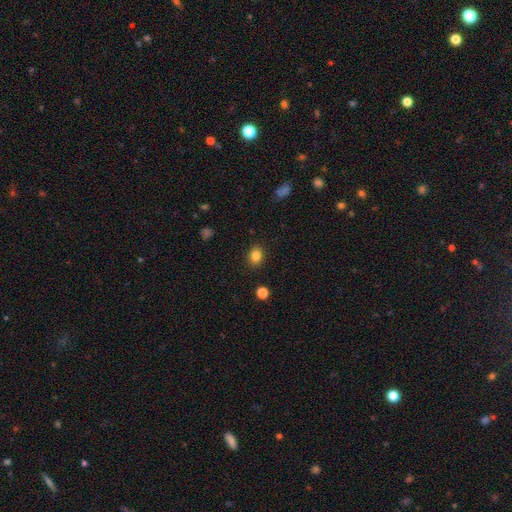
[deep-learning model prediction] A smooth galaxy with no disk features (83%) that is round (52%).

Vote fractions:
- Smooth or featured? smooth: 83% / star or artifact: 11% / featured or disk: 6%
- How rounded? round: 52% / in between: 47% / cigar-shaped: 1%
- Merging? none: 89% / minor disturbance: 8% / major disturbance: 2% / merger: 1%